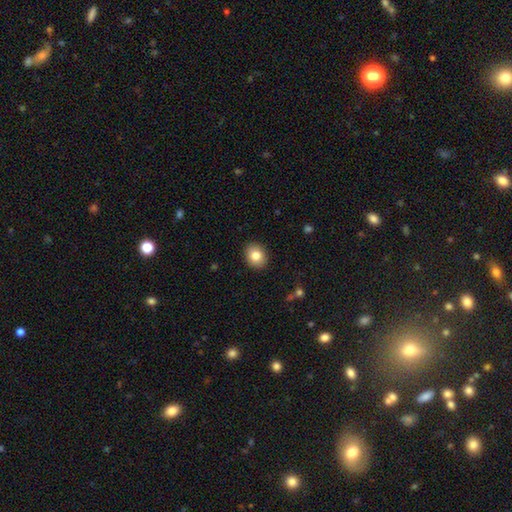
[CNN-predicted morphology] This is clearly a smooth galaxy (82%). How rounded: possibly round (59%). Merging: clearly none (90%).